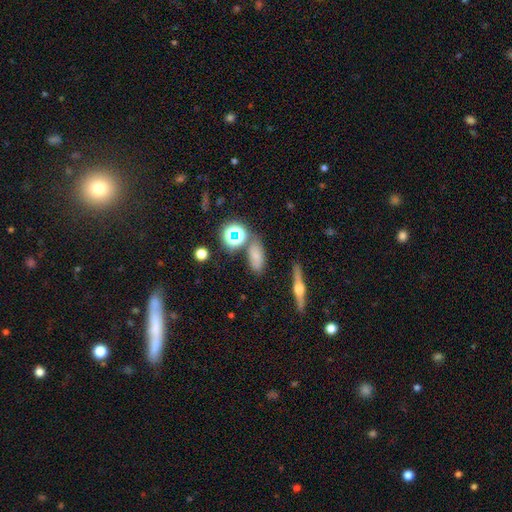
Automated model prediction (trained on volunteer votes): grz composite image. It shows a smooth galaxy with no disk features (61%) that is in between round and cigar-shaped (78%). Merging: none (71%).